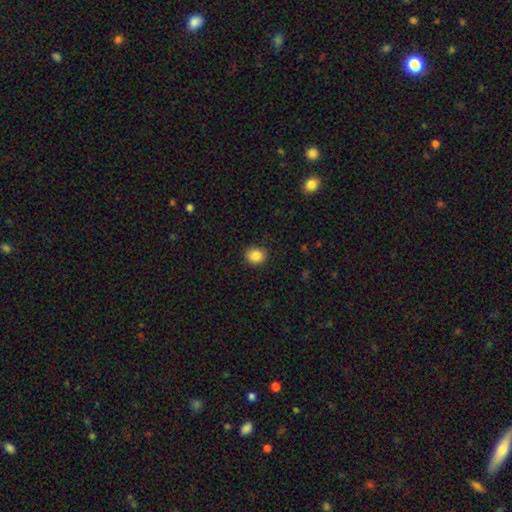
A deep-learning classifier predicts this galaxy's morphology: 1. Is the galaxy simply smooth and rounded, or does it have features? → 87% smooth, 9% star or artifact, 4% featured or disk.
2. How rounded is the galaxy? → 77% round, 23% in between, 1% cigar-shaped.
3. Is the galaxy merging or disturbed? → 90% none, 7% minor disturbance, 2% major disturbance, 1% merger.